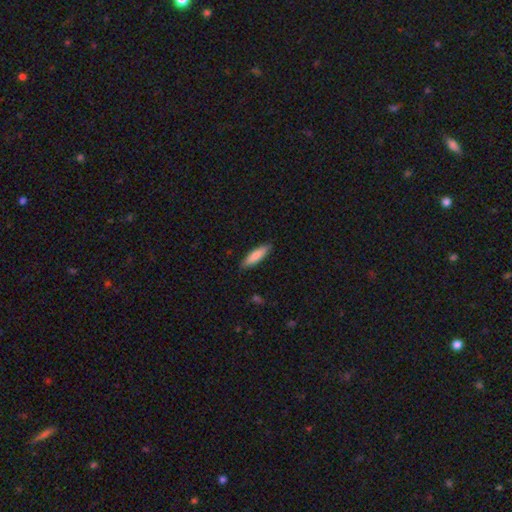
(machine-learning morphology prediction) This is clearly a smooth galaxy (83%). How rounded: likely cigar-shaped (67%). Merging: clearly none (86%).